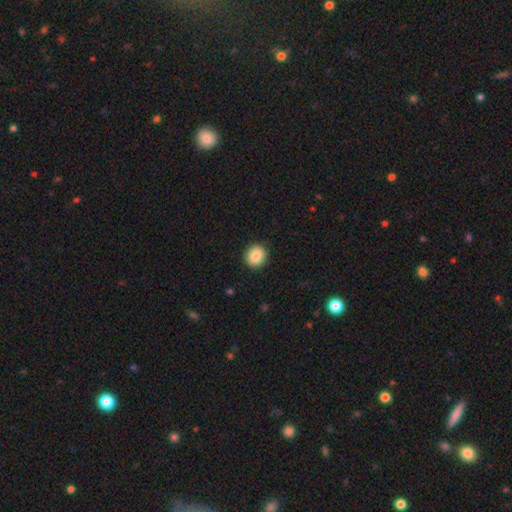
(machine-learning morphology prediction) The model was most divided on "how rounded": round: 80%, in between: 19%, cigar-shaped: 1%. More confident: merging — none (91%); smooth or featured — smooth (87%).